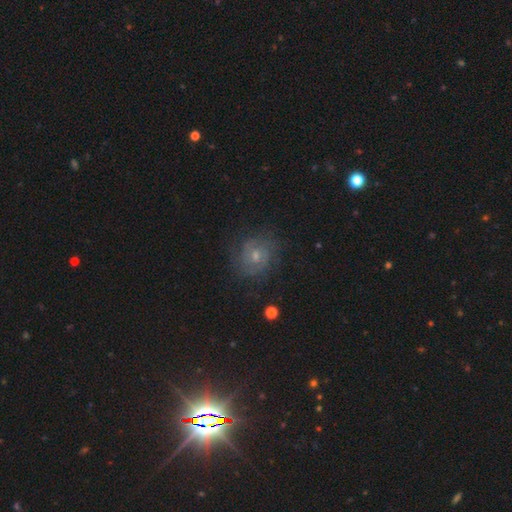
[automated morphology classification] type=featured or disk (68%); edge-on=no (97%); bar=no (58%); spiral arms=yes (89%); winding=tight (55%); arm count=2 (46%); bulge=small (48%); merging=none (75%).